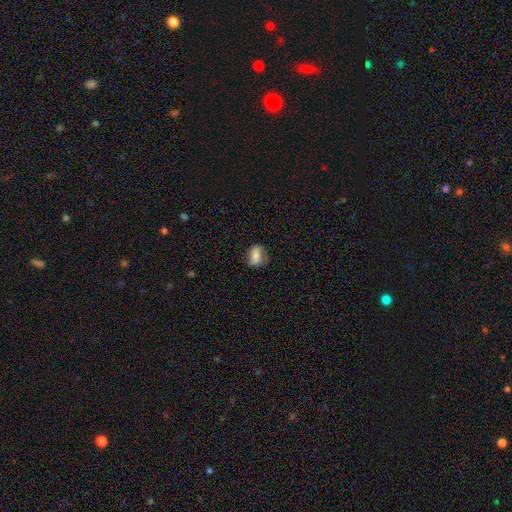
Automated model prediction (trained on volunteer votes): smooth 71%, featured or disk 20%, star or artifact 9%. Down the decision tree: how rounded — in between (71%); merging — none (67%).